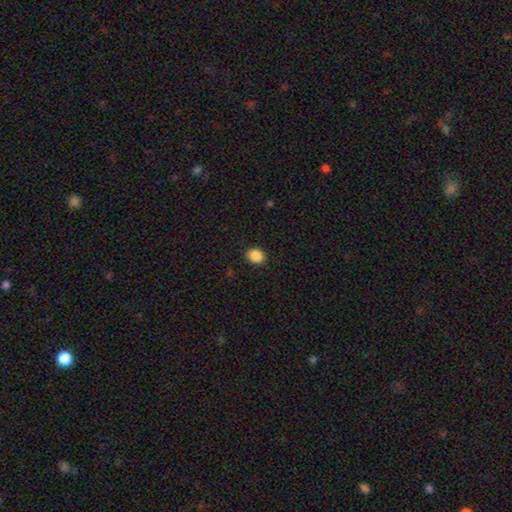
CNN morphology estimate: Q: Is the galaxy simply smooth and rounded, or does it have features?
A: smooth — 89%.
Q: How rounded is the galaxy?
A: round — 51%.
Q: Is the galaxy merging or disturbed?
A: none — 90%.